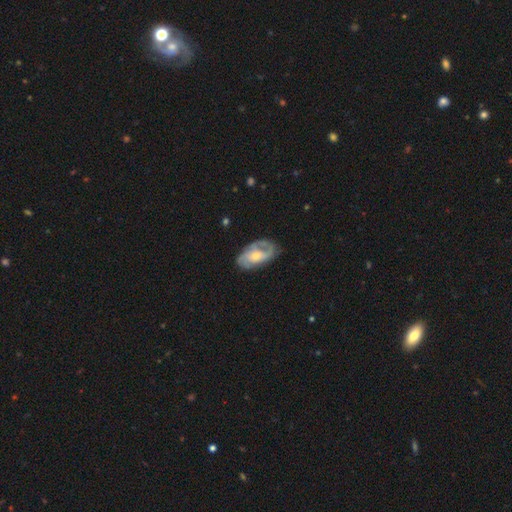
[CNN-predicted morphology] featured or disk 73%, smooth 22%, star or artifact 5%. Down the decision tree: edge-on disk — no (96%); bar — no (65%); spiral arms — yes (88%); spiral arm count — 2 (48%); spiral winding — medium (42%); bulge size — moderate (46%); merging — none (65%).